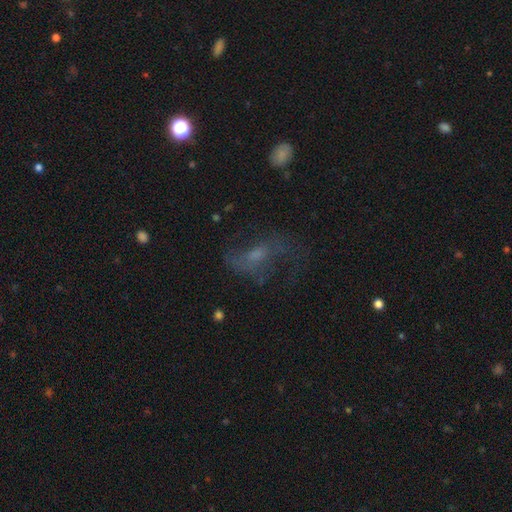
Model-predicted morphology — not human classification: Q: Smooth or featured?
A: featured or disk (54%); runner-up: smooth (28%)
Q: Edge-on disk?
A: no (94%); runner-up: yes (6%)
Q: Bar?
A: no (58%); runner-up: weak (33%)
Q: Spiral arms?
A: yes (56%); runner-up: no (44%)
Q: Bulge size?
A: small (41%); runner-up: moderate (32%)
Q: Merging?
A: none (44%); runner-up: major disturbance (34%)